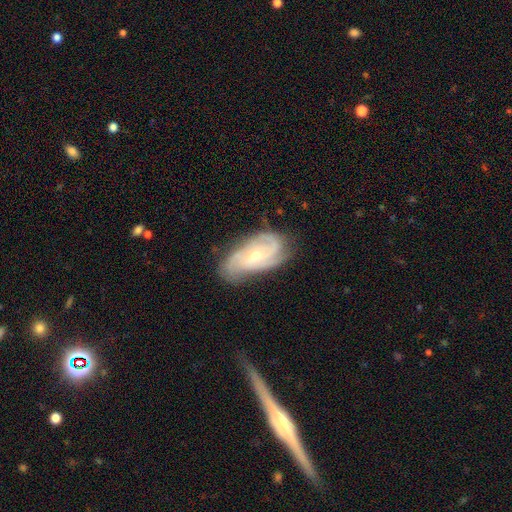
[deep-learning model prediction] Overall: featured or disk (82%). Edge-on disk: no (95%). Bar: no (65%; weak 29%). Spiral arms: yes (96%). Spiral arm count: 3 (43%; 2 22%). Spiral winding: tight (55%; medium 36%). Bulge size: moderate (50%; small 47%). Merging: none (70%).